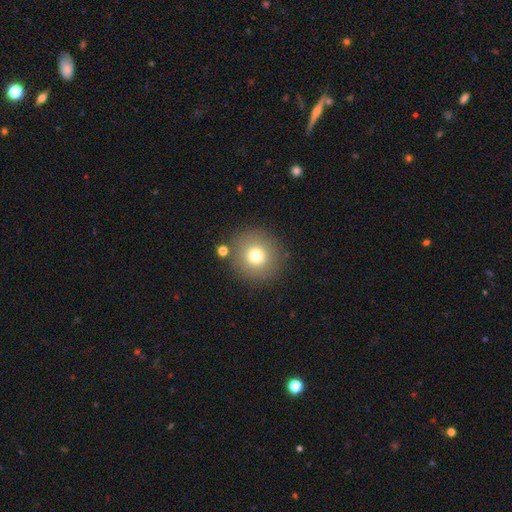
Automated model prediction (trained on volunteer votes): This is likely a smooth galaxy (74%). How rounded: clearly round (95%). Merging: clearly none (86%).